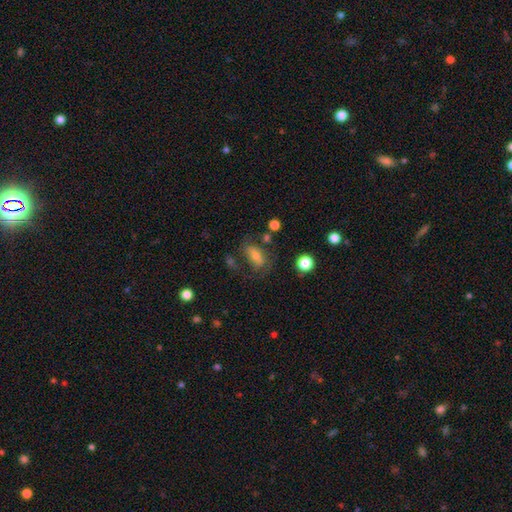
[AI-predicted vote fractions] Smooth or featured: smooth — 55% (featured or disk — 31%)
How rounded: in between — 77% (round — 12%)
Merging: none — 55% (minor disturbance — 21%)